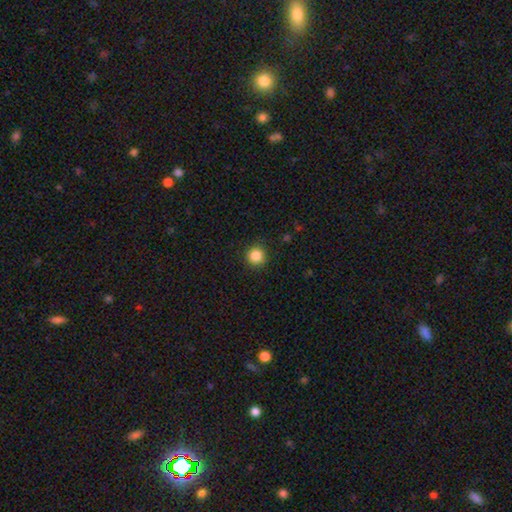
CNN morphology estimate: Q: Smooth or featured?
A: smooth (86%); runner-up: star or artifact (11%)
Q: How rounded?
A: round (95%); runner-up: in between (4%)
Q: Merging?
A: none (91%); runner-up: minor disturbance (6%)